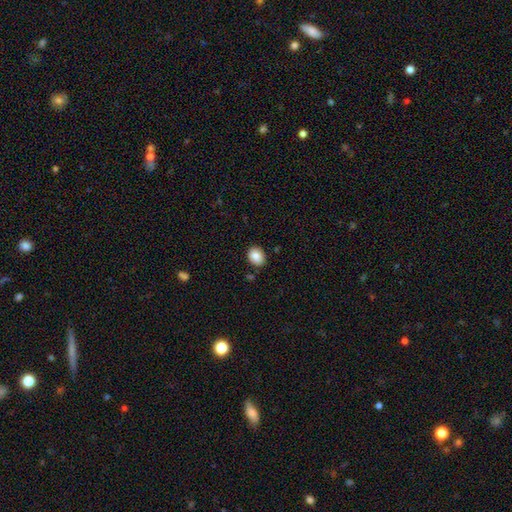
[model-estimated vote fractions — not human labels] Smooth or featured? Predicted: smooth (p=0.86). How rounded? Predicted: round (p=0.53). Merging? Predicted: none (p=0.86).